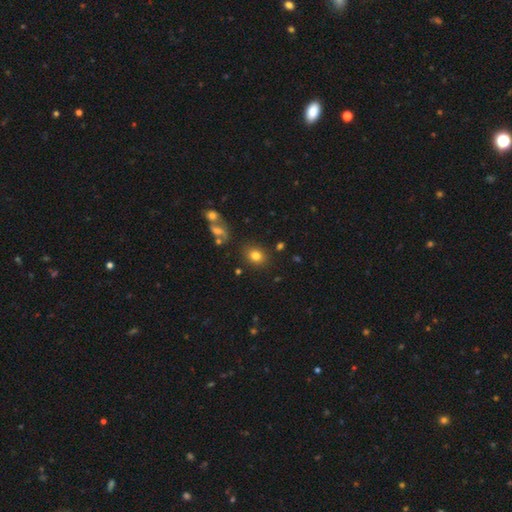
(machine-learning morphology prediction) A smooth galaxy with no disk features (80%) that is round (53%). Merging: none (83%).